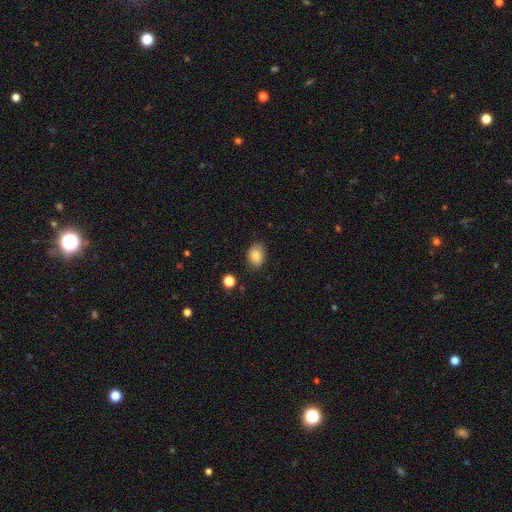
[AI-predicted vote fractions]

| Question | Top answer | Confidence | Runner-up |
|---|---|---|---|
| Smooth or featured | smooth | 83% | star or artifact (9%) |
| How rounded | in between | 68% | round (31%) |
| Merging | none | 77% | minor disturbance (17%) |